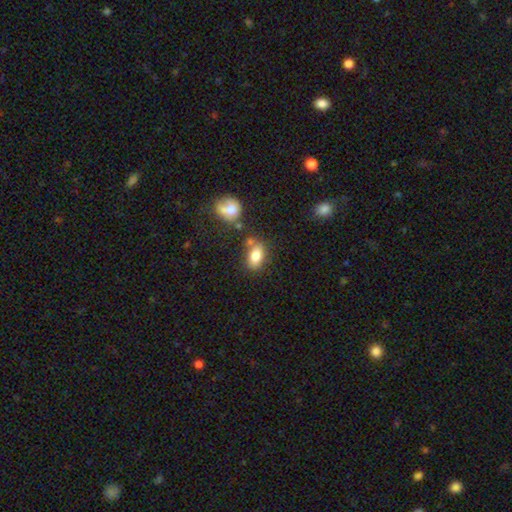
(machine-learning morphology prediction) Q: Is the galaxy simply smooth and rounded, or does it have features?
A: smooth — 81%.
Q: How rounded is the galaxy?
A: in between — 86%.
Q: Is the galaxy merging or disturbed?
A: none — 63%.